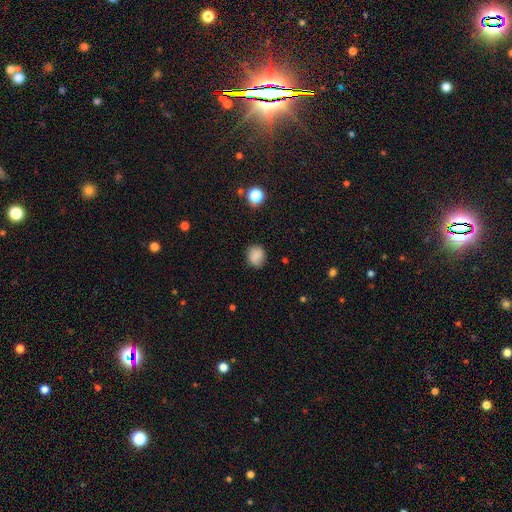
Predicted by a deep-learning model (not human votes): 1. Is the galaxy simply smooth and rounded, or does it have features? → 83% smooth, 10% star or artifact, 6% featured or disk.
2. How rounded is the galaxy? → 70% round, 29% in between, 1% cigar-shaped.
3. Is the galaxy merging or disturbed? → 81% none, 14% minor disturbance, 4% major disturbance, 2% merger.